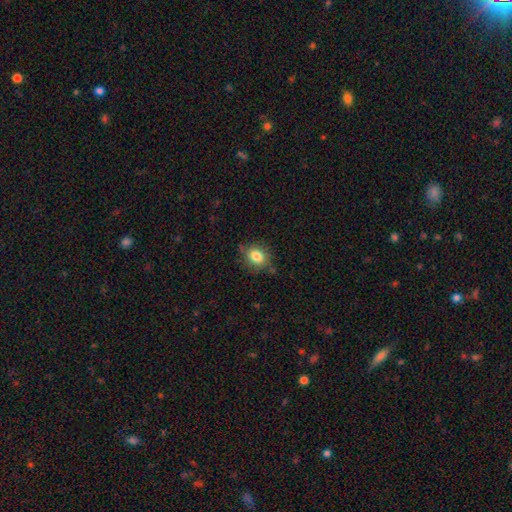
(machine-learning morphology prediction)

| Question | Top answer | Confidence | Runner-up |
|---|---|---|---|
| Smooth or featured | smooth | 82% | star or artifact (10%) |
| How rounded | round | 57% | in between (42%) |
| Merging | none | 75% | minor disturbance (18%) |